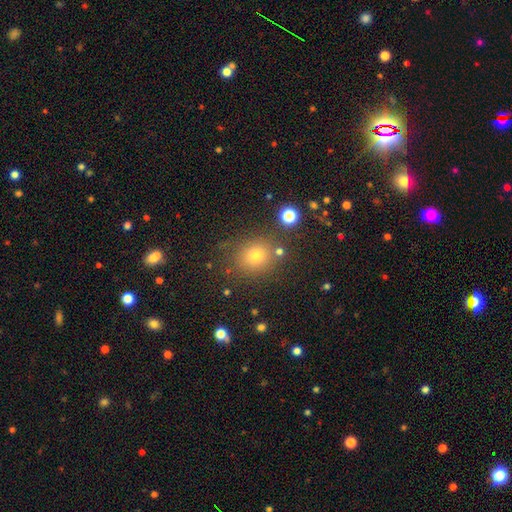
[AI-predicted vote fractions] Smooth or featured? Predicted: smooth (p=0.71). How rounded? Predicted: round (p=0.77). Merging? Predicted: none (p=0.78).